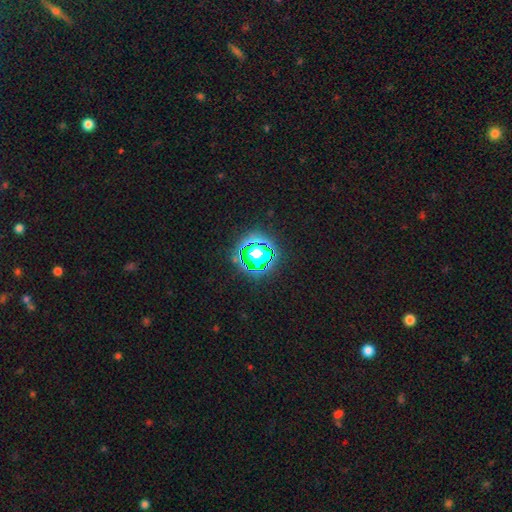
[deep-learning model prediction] Smooth or featured: star or artifact — 53% (smooth — 31%)